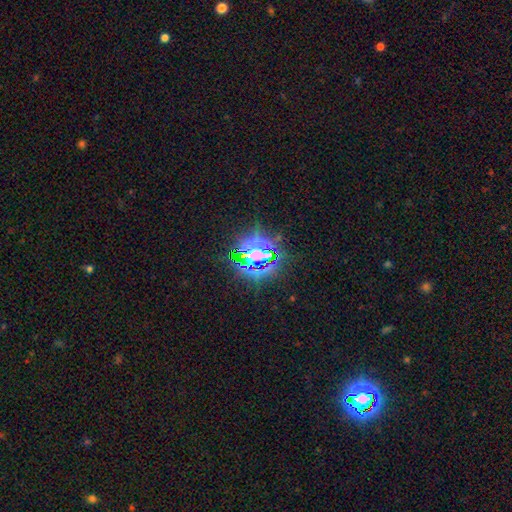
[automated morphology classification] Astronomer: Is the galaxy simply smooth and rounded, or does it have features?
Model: star or artifact — 70%.